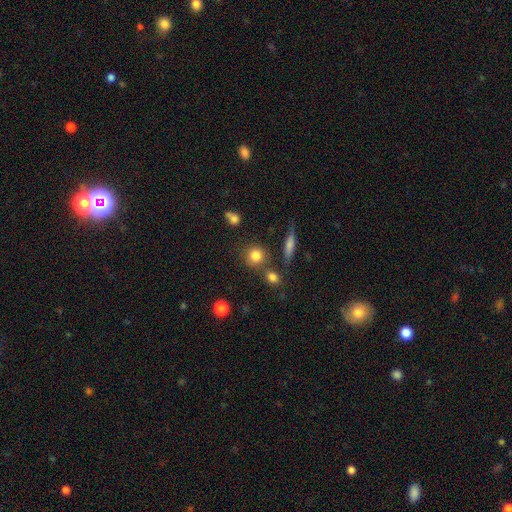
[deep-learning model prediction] Smooth or featured? smooth (81%)
How rounded? round (85%)
Merging? none (73%)